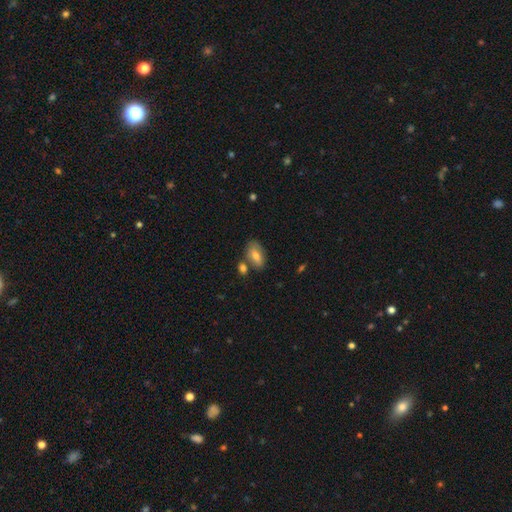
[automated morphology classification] A smooth galaxy with no disk features (72%) that is in between round and cigar-shaped (87%). Merging: none (65%).